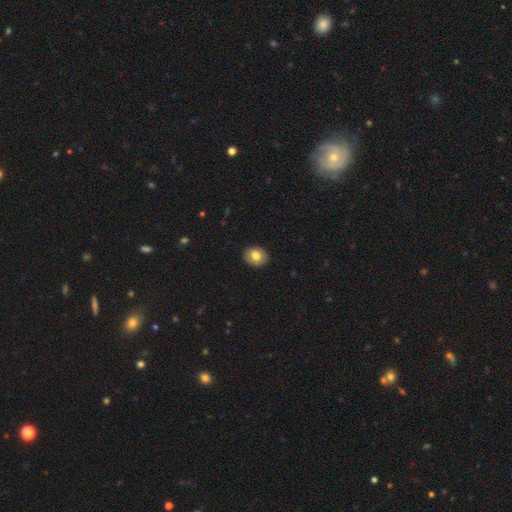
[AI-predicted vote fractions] This appears to be a smooth galaxy with no disk features (77%) that is round (57%). Merging: none (88%).